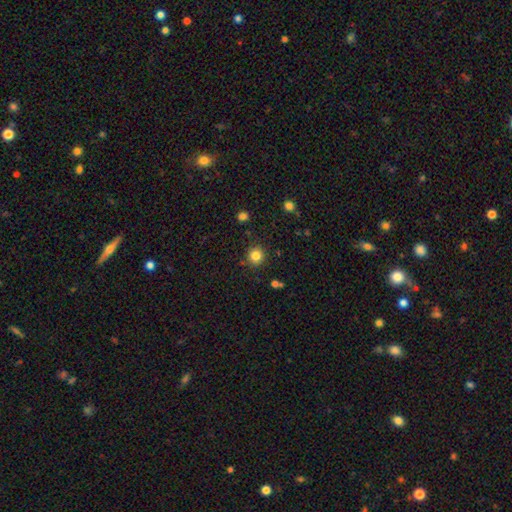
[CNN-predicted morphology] type=smooth (84%); roundness=round (92%); merging=none (88%).